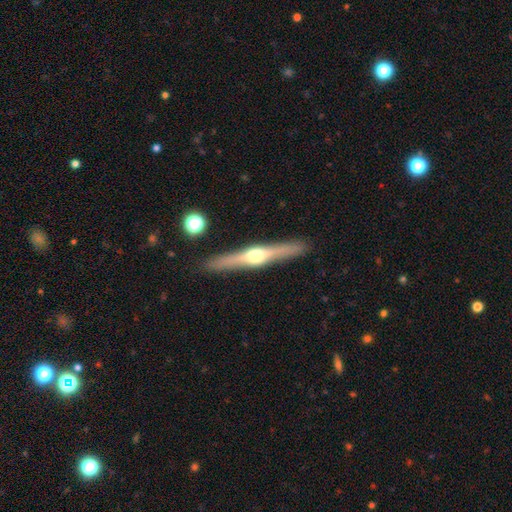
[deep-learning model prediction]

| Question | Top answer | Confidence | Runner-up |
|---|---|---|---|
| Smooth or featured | featured or disk | 73% | smooth (22%) |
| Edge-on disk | yes | 97% | no (3%) |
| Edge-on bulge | rounded | 93% | boxy (4%) |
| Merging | none | 91% | minor disturbance (7%) |